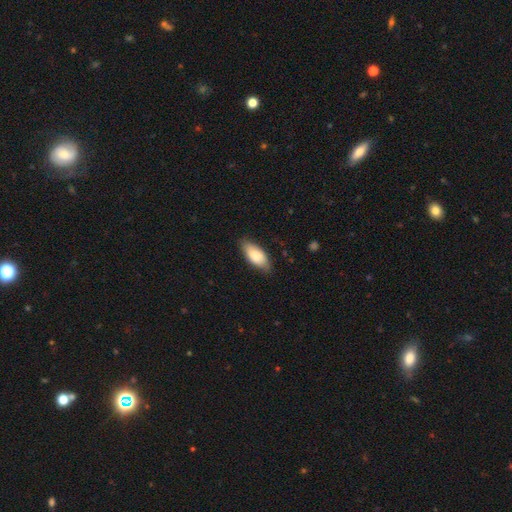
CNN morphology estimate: type=smooth (81%); roundness=in between (86%); merging=none (79%).